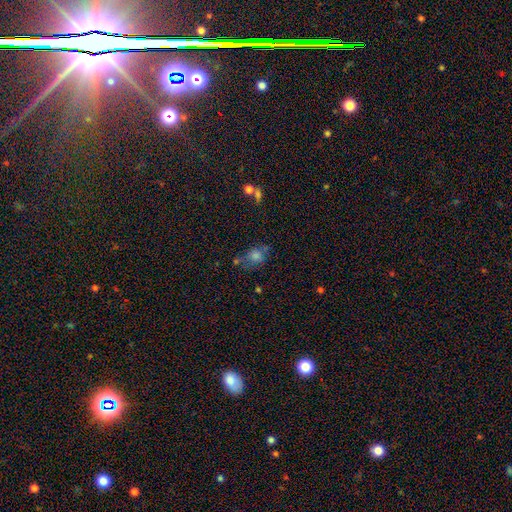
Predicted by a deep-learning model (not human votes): This is likely a smooth galaxy (66%). How rounded: possibly in between (54%). Merging: possibly none (50%).